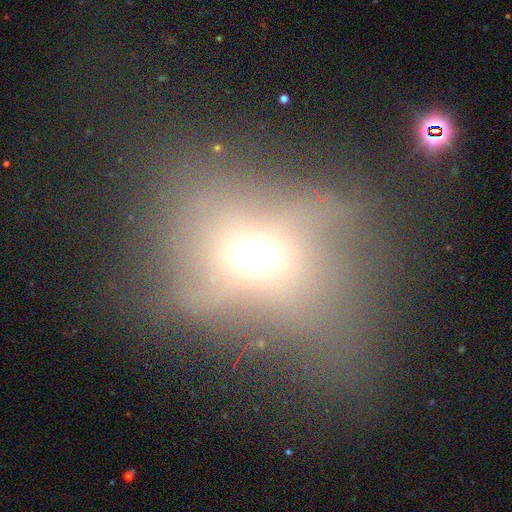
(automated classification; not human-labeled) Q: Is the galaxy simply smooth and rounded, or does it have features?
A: smooth — 51%.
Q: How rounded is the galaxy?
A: round — 51%.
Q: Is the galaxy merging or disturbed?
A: none — 36%.